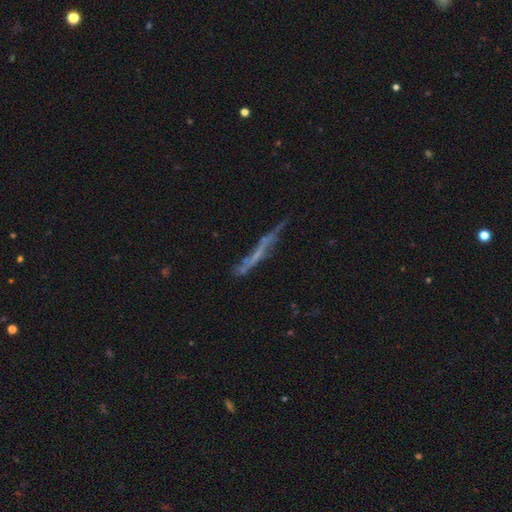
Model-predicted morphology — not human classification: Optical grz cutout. It shows a featured or disk galaxy (56%) viewed edge-on (72%). Merging: none (56%).